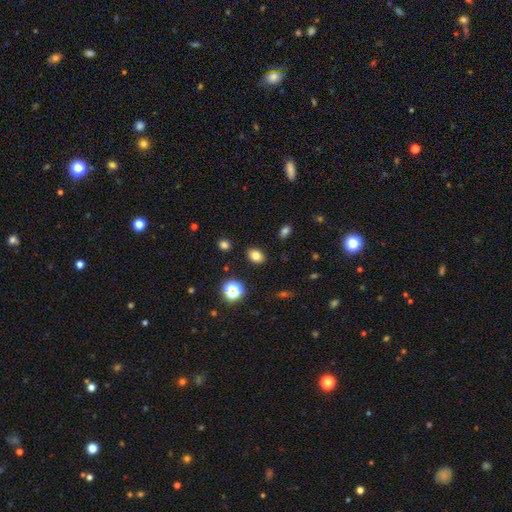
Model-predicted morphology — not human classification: A smooth galaxy with no disk features (77%) that is in between round and cigar-shaped (71%).

Vote fractions:
- Smooth or featured? smooth: 77% / star or artifact: 15% / featured or disk: 9%
- How rounded? in between: 71% / round: 28% / cigar-shaped: 1%
- Merging? none: 87% / minor disturbance: 9% / major disturbance: 3% / merger: 2%